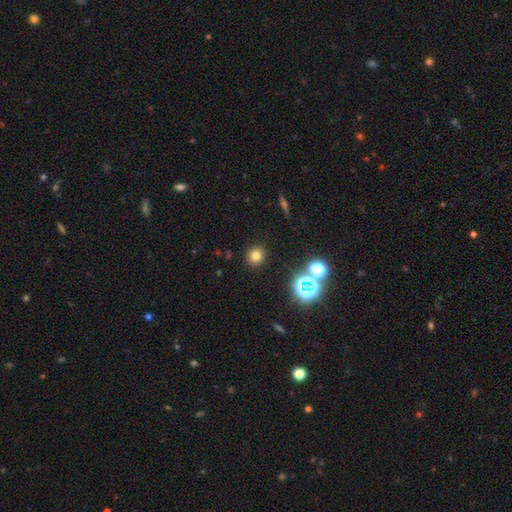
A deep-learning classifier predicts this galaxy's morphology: This is likely a smooth galaxy (74%). How rounded: clearly round (91%). Merging: clearly none (90%).